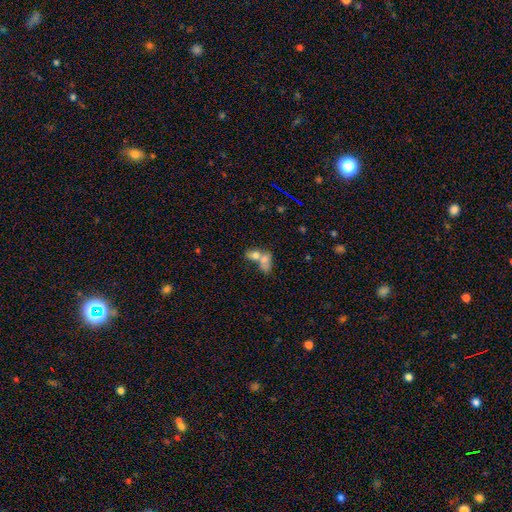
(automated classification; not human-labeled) Morphology: type=smooth (69%); roundness=in between (74%); merging=merger (70%).